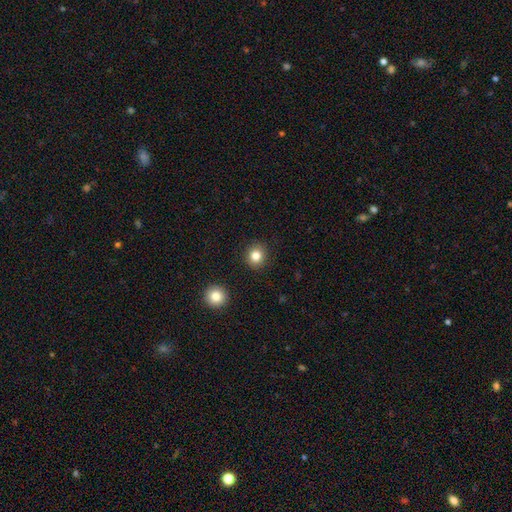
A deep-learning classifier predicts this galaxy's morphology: Smooth or featured? smooth (82%)
How rounded? round (84%)
Merging? none (90%)